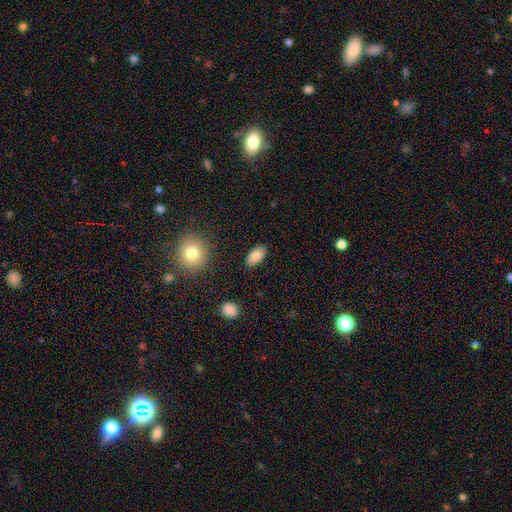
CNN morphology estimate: Smooth or featured? smooth (83%)
How rounded? in between (92%)
Merging? none (86%)